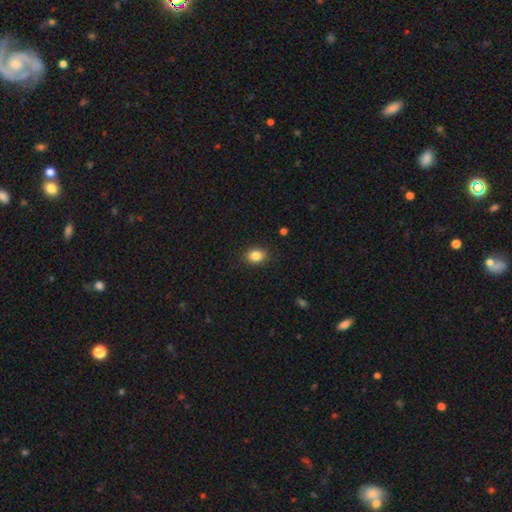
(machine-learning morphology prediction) smooth-or-featured: smooth: 85% | star or artifact: 10% | featured or disk: 5%
  how-rounded: in between: 63% | round: 36% | cigar-shaped: 1%
  merging: none: 88% | minor disturbance: 8% | major disturbance: 2% | merger: 1%